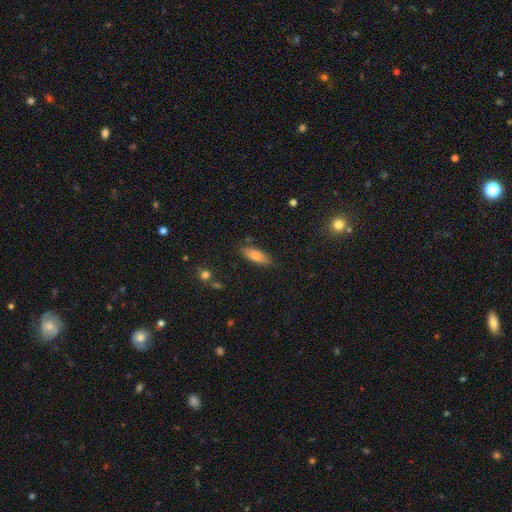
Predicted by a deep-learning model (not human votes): The model was most divided on "how rounded": in between: 64%, cigar-shaped: 34%, round: 2%. More confident: smooth or featured — smooth (82%); merging — none (80%).